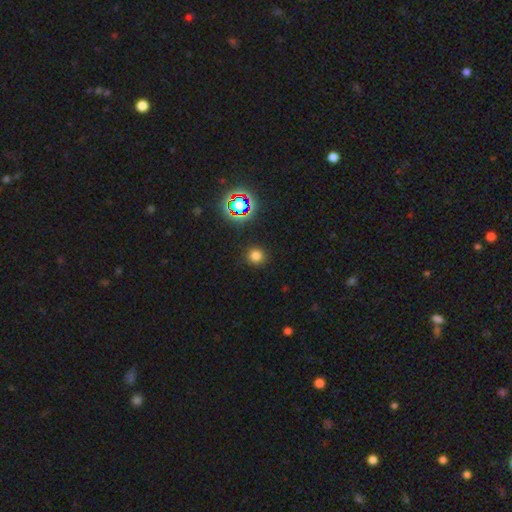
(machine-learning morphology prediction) A smooth galaxy with no disk features (75%) that is round (92%). Merging: none (90%).